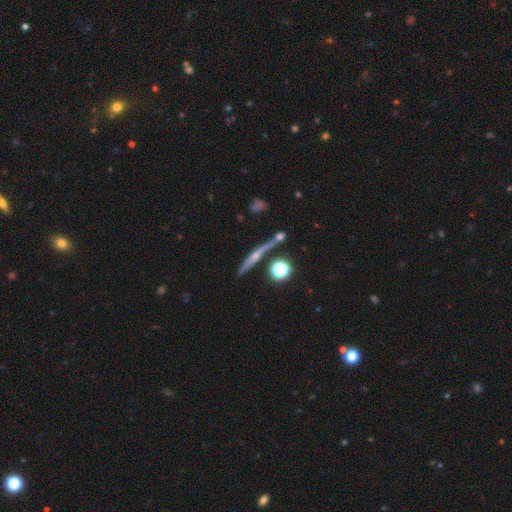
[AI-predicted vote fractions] A featured or disk galaxy (69%) viewed edge-on (96%) with a rounded central bulge (71%).

Vote fractions:
- Smooth or featured? featured or disk: 69% / smooth: 19% / star or artifact: 12%
- Edge-on disk? yes: 96% / no: 4%
- Edge-on bulge? rounded: 71% / none: 21% / boxy: 8%
- Merging? none: 82% / minor disturbance: 9% / merger: 7% / major disturbance: 3%